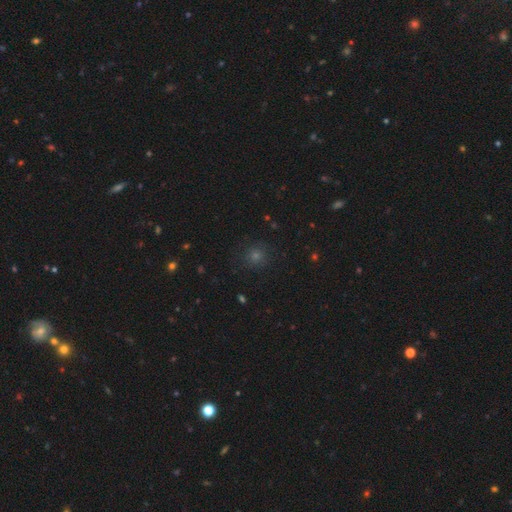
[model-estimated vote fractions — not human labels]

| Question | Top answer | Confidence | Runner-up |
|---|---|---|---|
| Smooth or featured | smooth | 58% | star or artifact (34%) |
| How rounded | round | 93% | in between (6%) |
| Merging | none | 88% | minor disturbance (8%) |